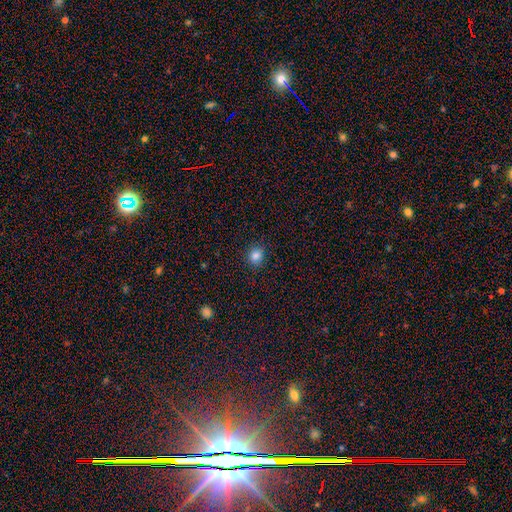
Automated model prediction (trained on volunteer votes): The model was most divided on "how rounded": round: 75%, in between: 24%, cigar-shaped: 1%. More confident: merging — none (88%); smooth or featured — smooth (83%).